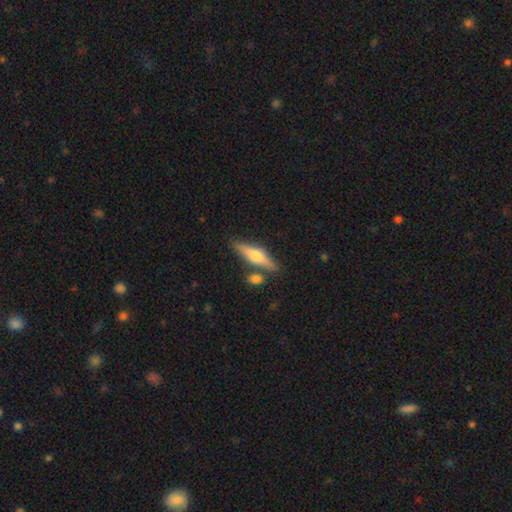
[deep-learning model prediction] featured or disk 55%, smooth 39%, star or artifact 6%. Down the decision tree: edge-on disk — yes (94%); edge-on bulge — rounded (91%); merging — none (77%).